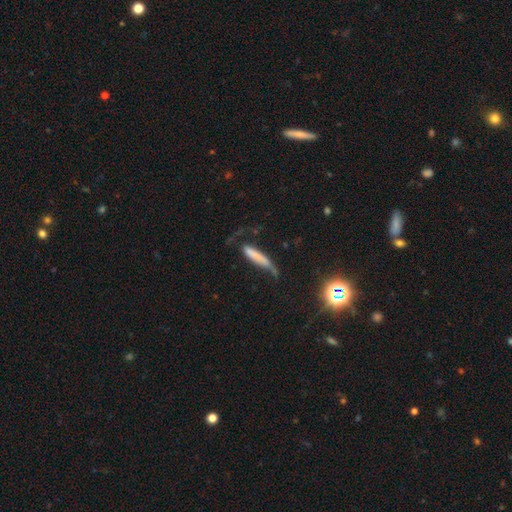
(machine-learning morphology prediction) This is likely a smooth galaxy (62%). How rounded: clearly cigar-shaped (85%). Merging: marginally none (33%, tied with major disturbance).